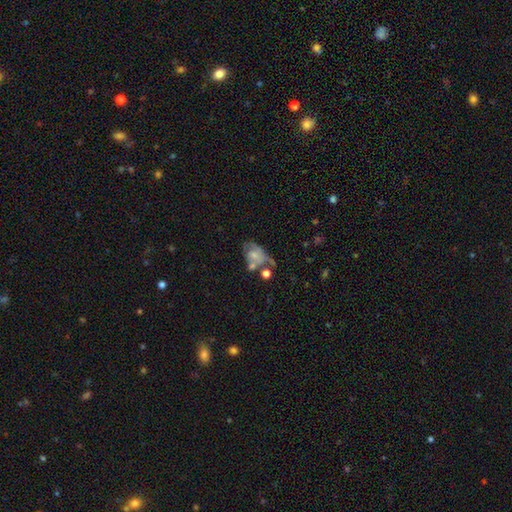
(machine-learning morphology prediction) The model was most divided on "merging": major disturbance: 30%, merger: 27%, none: 22%, minor disturbance: 21%. Remaining: smooth or featured — featured or disk (47%).